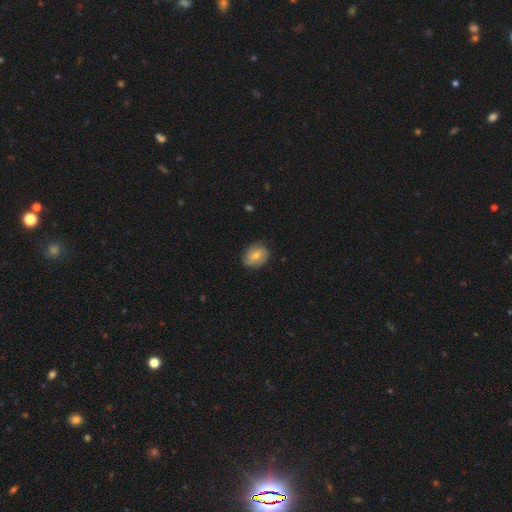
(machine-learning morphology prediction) A smooth galaxy with no disk features (68%) that is in between round and cigar-shaped (51%).

Vote fractions:
- Smooth or featured? smooth: 68% / featured or disk: 25% / star or artifact: 8%
- How rounded? in between: 51% / round: 48% / cigar-shaped: 1%
- Merging? none: 82% / minor disturbance: 14% / major disturbance: 3% / merger: 1%